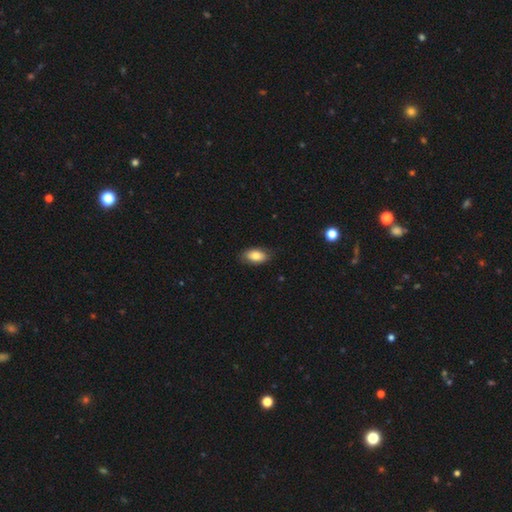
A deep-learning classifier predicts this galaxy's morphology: type=smooth (82%); roundness=in between (92%); merging=none (81%).